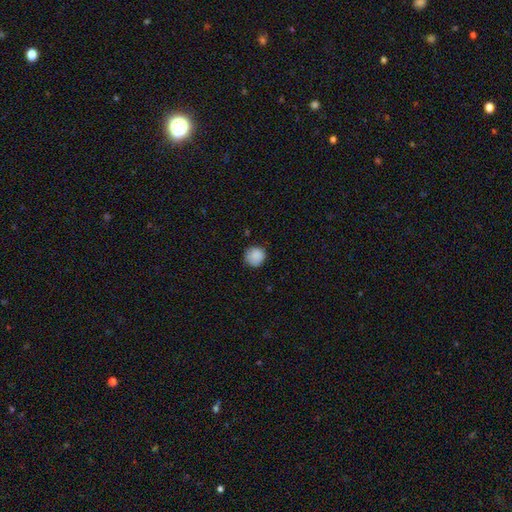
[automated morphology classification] Overall: smooth (87%). How rounded: round (92%). Merging: none (81%).